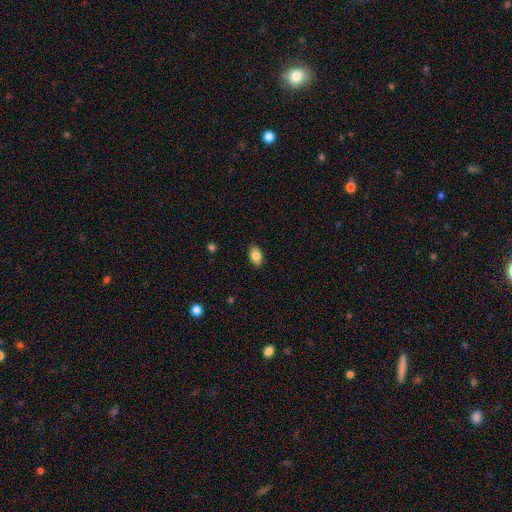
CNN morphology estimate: type=smooth (84%); roundness=in between (88%); merging=none (88%).